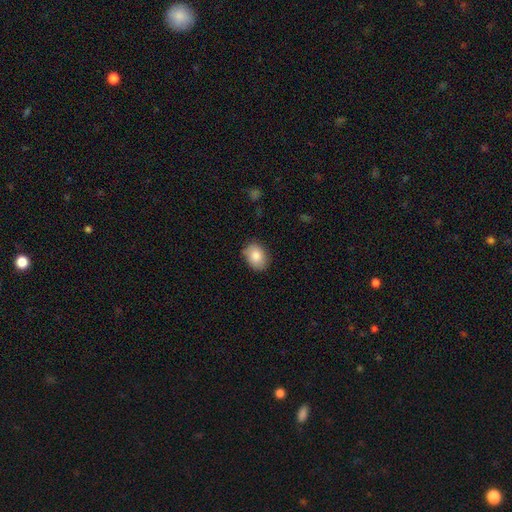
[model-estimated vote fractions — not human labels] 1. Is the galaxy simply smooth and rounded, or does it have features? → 84% smooth, 8% featured or disk, 7% star or artifact.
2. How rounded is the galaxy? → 68% in between, 31% round, 1% cigar-shaped.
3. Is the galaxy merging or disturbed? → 82% none, 15% minor disturbance, 3% major disturbance, 1% merger.